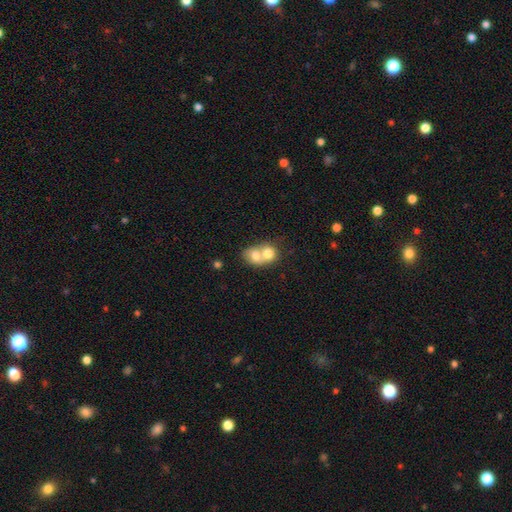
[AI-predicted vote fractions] Smooth or featured?
  - smooth: 72% *
  - featured or disk: 21%
  - star or artifact: 8%
How rounded?
  - round: 57% *
  - in between: 42%
  - cigar-shaped: 1%
Merging?
  - merger: 77% *
  - none: 16%
  - minor disturbance: 4%
  - major disturbance: 3%